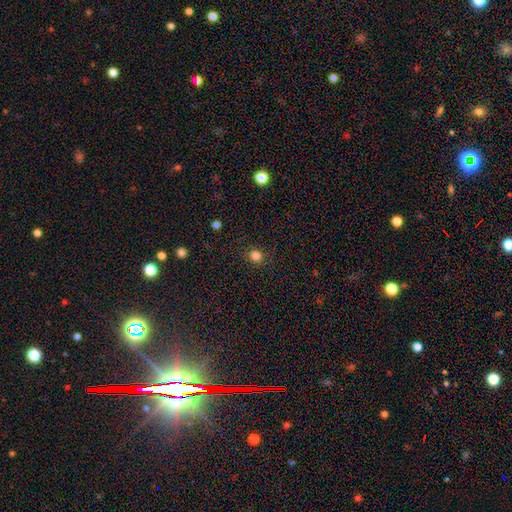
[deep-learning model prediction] The model was most divided on "smooth or featured": smooth: 82%, star or artifact: 14%, featured or disk: 4%. More confident: merging — none (89%); how rounded — round (87%).